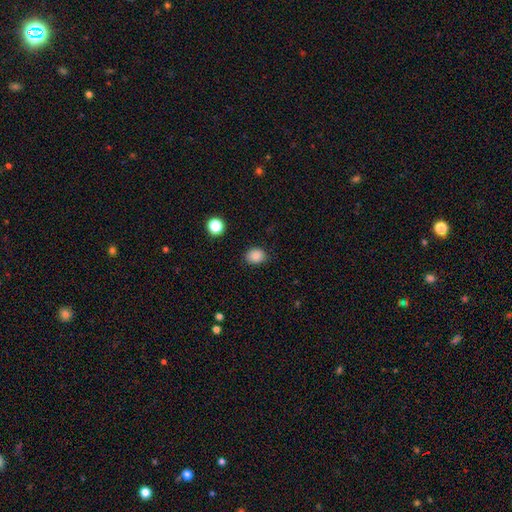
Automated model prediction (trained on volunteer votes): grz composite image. It shows a smooth galaxy with no disk features (86%) that is round (52%). Merging: none (83%).